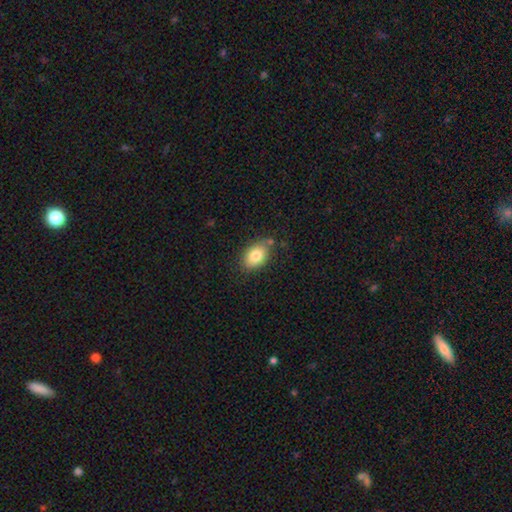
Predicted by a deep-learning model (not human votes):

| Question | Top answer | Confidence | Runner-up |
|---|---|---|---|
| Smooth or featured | smooth | 81% | featured or disk (11%) |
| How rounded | in between | 85% | round (14%) |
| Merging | none | 74% | minor disturbance (18%) |